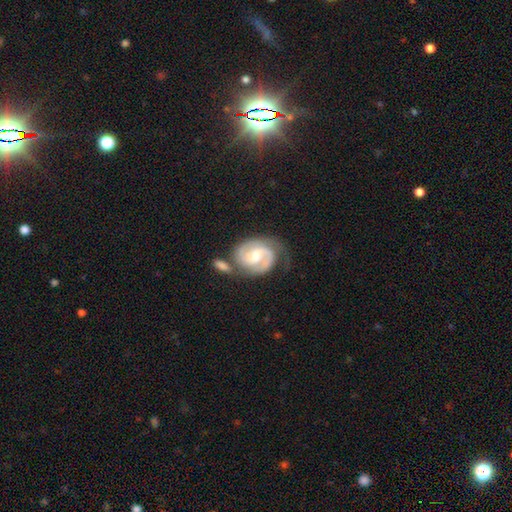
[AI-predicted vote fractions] Smooth or featured? featured or disk (86%)
Edge-on disk? no (97%)
Bar? weak (46%)
Spiral arms? yes (96%)
Spiral winding? tight (48%)
Spiral arm count? 2 (83%)
Bulge size? moderate (73%)
Merging? none (56%)